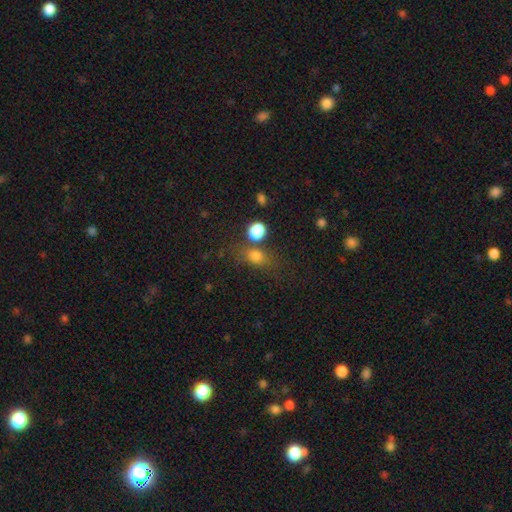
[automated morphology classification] Q: Smooth or featured?
A: smooth (76%); runner-up: star or artifact (15%)
Q: How rounded?
A: in between (52%); runner-up: round (43%)
Q: Merging?
A: none (57%); runner-up: merger (19%)